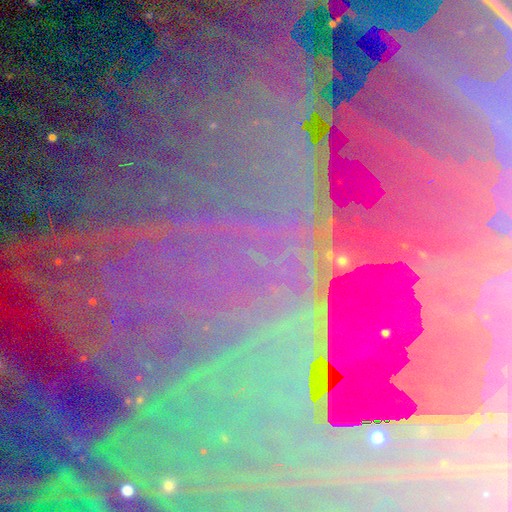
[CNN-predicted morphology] The model was most divided on "smooth or featured": star or artifact: 87%, featured or disk: 7%, smooth: 6%.